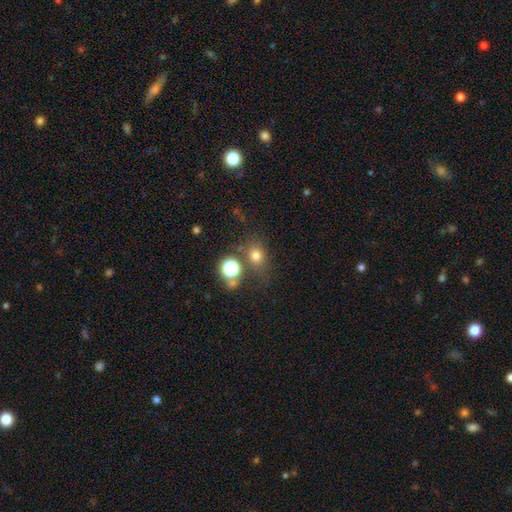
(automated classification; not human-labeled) The model was most divided on "how rounded": round: 64%, in between: 34%, cigar-shaped: 1%. More confident: smooth or featured — smooth (71%); merging — none (65%).